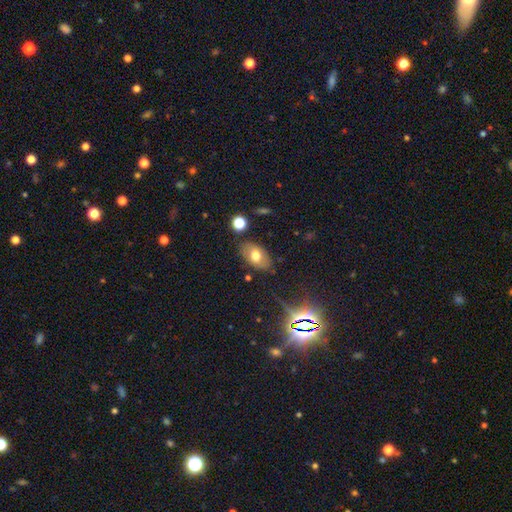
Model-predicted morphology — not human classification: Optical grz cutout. It shows a smooth galaxy with no disk features (68%) that is in between round and cigar-shaped (90%). Merging: none (81%).